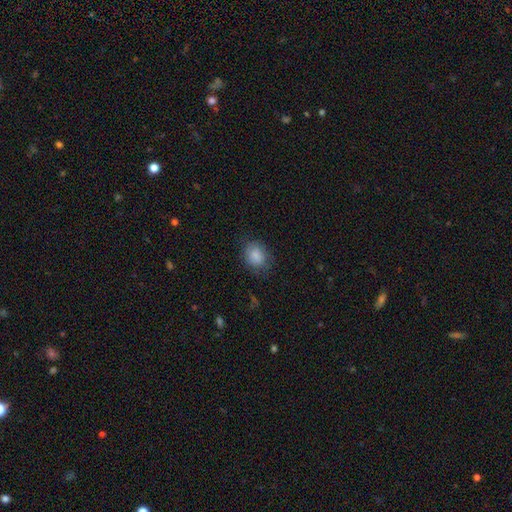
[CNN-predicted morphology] This is clearly a smooth galaxy (86%). How rounded: possibly in between (53%). Merging: likely none (73%).